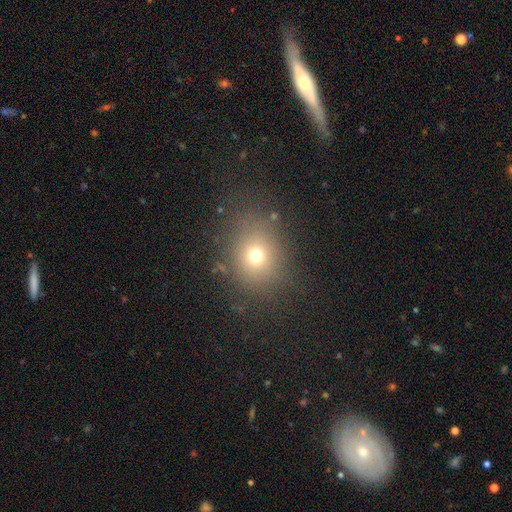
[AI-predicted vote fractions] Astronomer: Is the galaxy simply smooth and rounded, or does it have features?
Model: smooth — 69%.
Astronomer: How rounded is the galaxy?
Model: round — 69%.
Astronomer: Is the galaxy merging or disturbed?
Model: none — 80%.